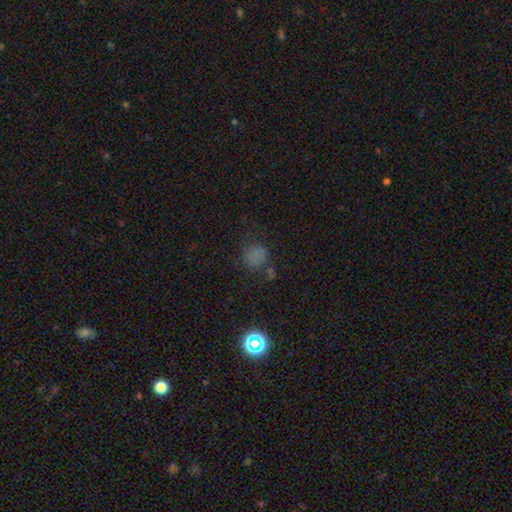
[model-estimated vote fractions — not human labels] smooth 60%, star or artifact 29%, featured or disk 10%. Down the decision tree: how rounded — round (76%); merging — none (59%).